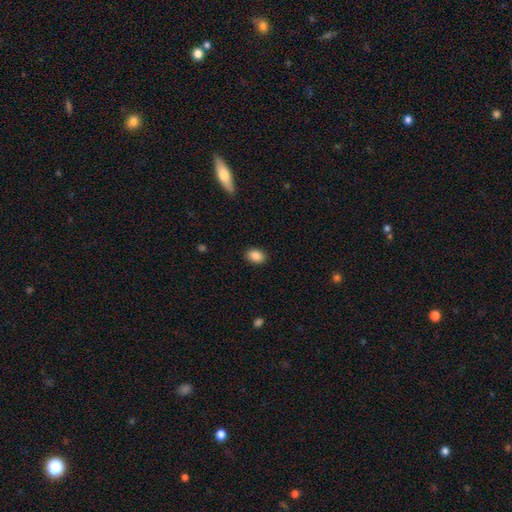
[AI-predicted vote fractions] Morphology: type=smooth (87%); roundness=in between (78%); merging=none (89%).